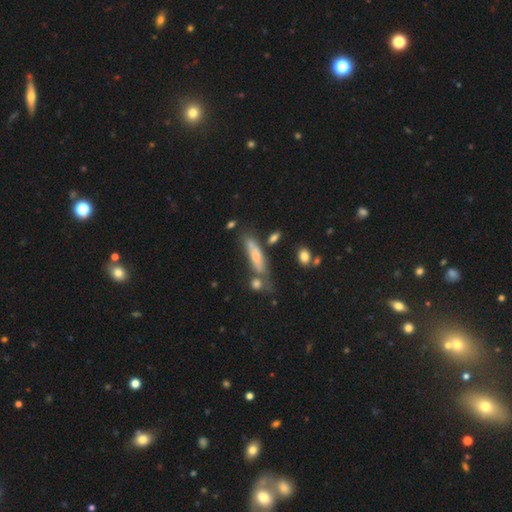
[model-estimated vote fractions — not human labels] This appears to be a smooth galaxy with no disk features (62%) that is cigar-shaped (72%). Merging: none (52%).